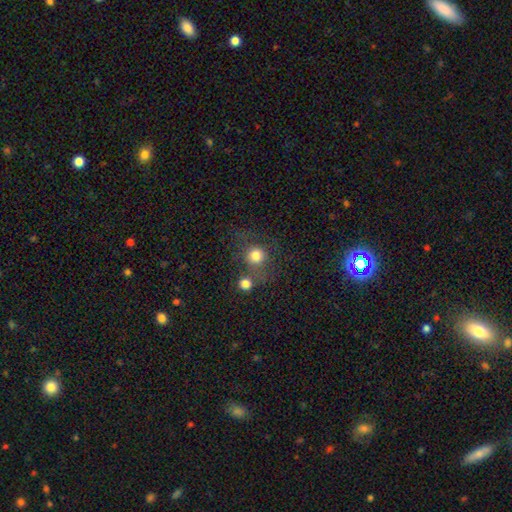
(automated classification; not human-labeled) smooth_or_featured: smooth (p=0.77) [alt: star or artifact p=0.13]
how_rounded: round (p=0.88) [alt: in between p=0.11]
merging: none (p=0.58) [alt: merger p=0.21]